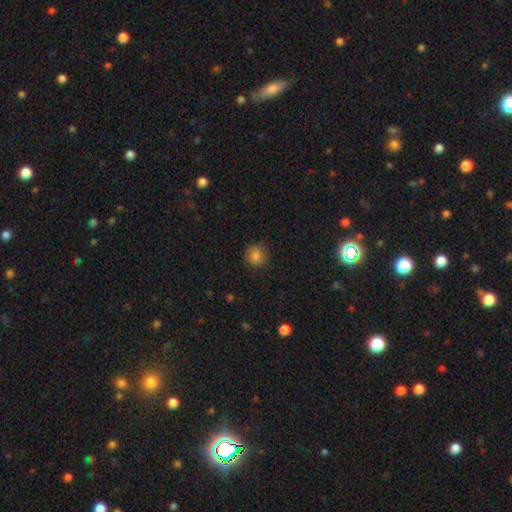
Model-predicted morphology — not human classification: smooth-or-featured: smooth: 84% | star or artifact: 12% | featured or disk: 5%
  how-rounded: round: 86% | in between: 13% | cigar-shaped: 1%
  merging: none: 84% | minor disturbance: 12% | major disturbance: 3% | merger: 1%